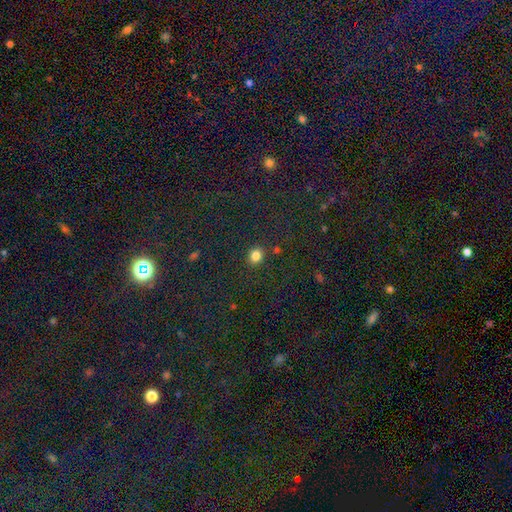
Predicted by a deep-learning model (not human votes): A smooth galaxy with no disk features (82%) that is round (59%). Merging: none (86%).